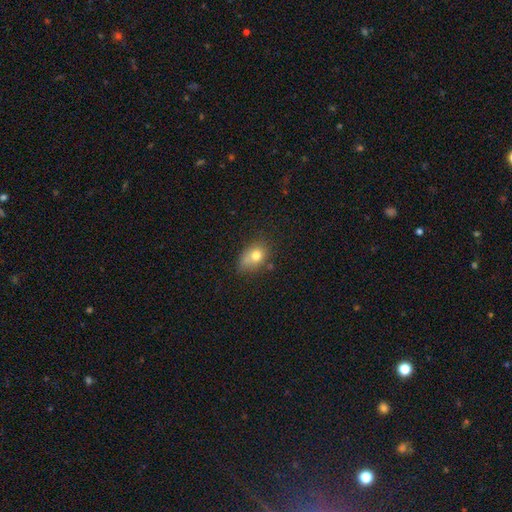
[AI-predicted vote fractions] smooth_or_featured: smooth (p=0.76) [alt: featured or disk p=0.13]
how_rounded: in between (p=0.72) [alt: round p=0.26]
merging: none (p=0.52) [alt: minor disturbance p=0.30]